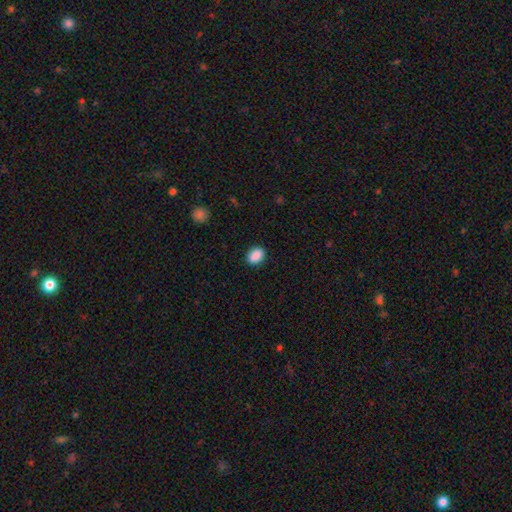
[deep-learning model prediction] smooth-or-featured: smooth: 89% | star or artifact: 8% | featured or disk: 3%
  how-rounded: in between: 77% | round: 21% | cigar-shaped: 1%
  merging: none: 89% | minor disturbance: 8% | major disturbance: 2% | merger: 1%